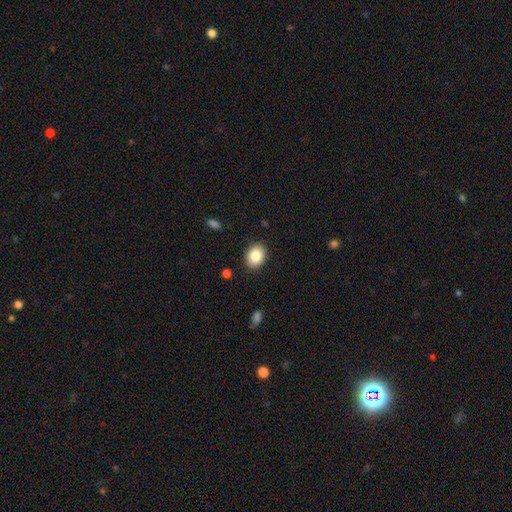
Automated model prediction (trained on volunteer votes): smooth 84%, star or artifact 8%, featured or disk 8%. Down the decision tree: how rounded — in between (68%); merging — none (86%).